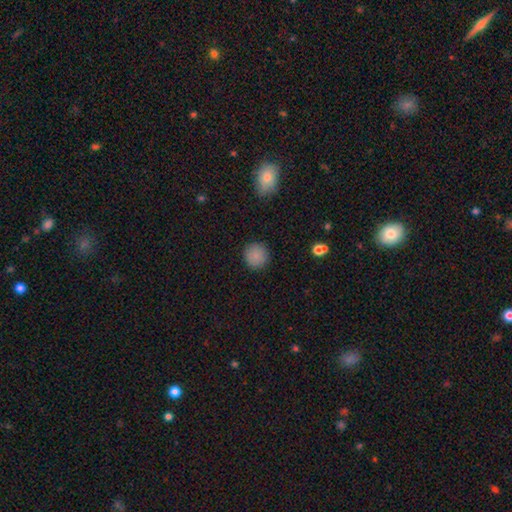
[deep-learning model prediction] Smooth or featured?
  - smooth: 86% *
  - star or artifact: 10%
  - featured or disk: 4%
How rounded?
  - round: 94% *
  - in between: 5%
  - cigar-shaped: 1%
Merging?
  - none: 91% *
  - minor disturbance: 6%
  - major disturbance: 2%
  - merger: 1%